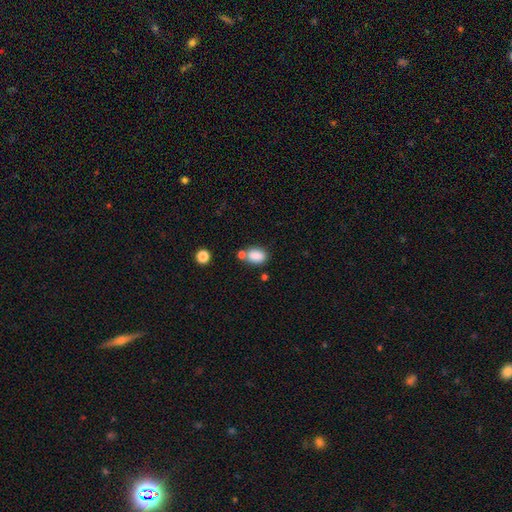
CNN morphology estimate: smooth_or_featured: smooth (p=0.86) [alt: star or artifact p=0.09]
how_rounded: in between (p=0.78) [alt: round p=0.21]
merging: none (p=0.58) [alt: merger p=0.24]